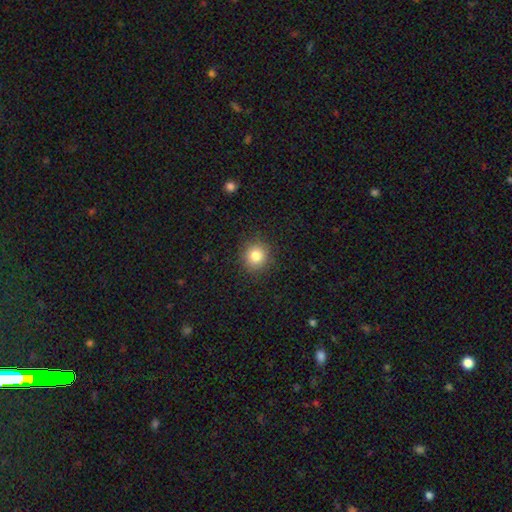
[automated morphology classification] smooth-or-featured: smooth: 82% | star or artifact: 11% | featured or disk: 6%
  how-rounded: round: 90% | in between: 9% | cigar-shaped: 1%
  merging: none: 90% | minor disturbance: 7% | major disturbance: 2% | merger: 1%